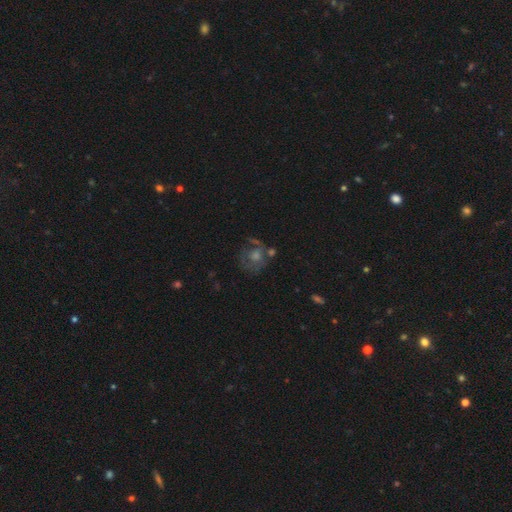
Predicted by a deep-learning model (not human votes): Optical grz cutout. It shows a featured or disk galaxy (52%) with no bar (83%), no spiral arms (51%) and a moderate central bulge (55%). Merging: none (57%).